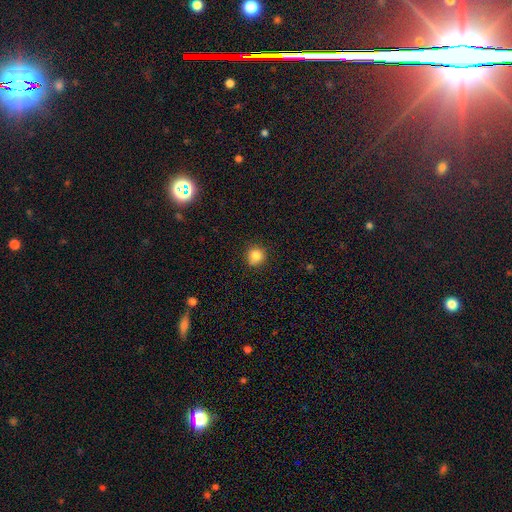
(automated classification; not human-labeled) A smooth galaxy with no disk features (85%) that is round (91%).

Vote fractions:
- Smooth or featured? smooth: 85% / star or artifact: 11% / featured or disk: 4%
- How rounded? round: 91% / in between: 8% / cigar-shaped: 1%
- Merging? none: 86% / minor disturbance: 11% / major disturbance: 2% / merger: 1%